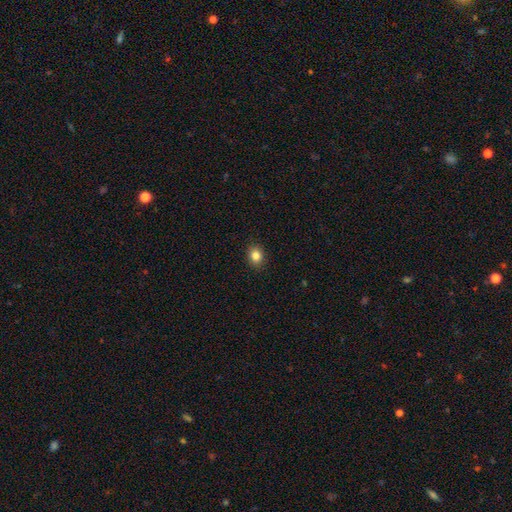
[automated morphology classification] This appears to be a smooth galaxy with no disk features (84%) that is round (67%). Merging: none (90%).